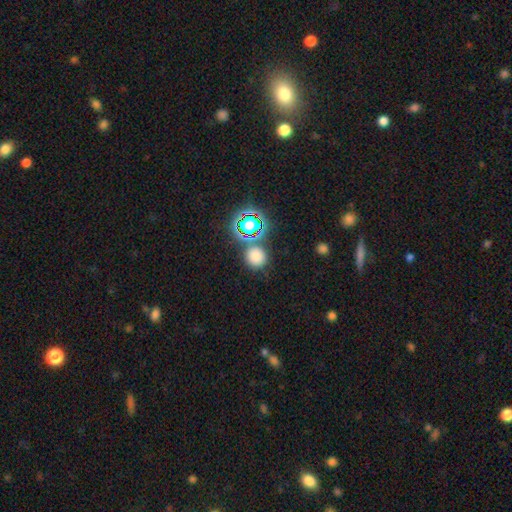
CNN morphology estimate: smooth_or_featured: smooth (p=0.71) [alt: star or artifact p=0.24]
how_rounded: round (p=0.88) [alt: in between p=0.11]
merging: none (p=0.78) [alt: merger p=0.10]